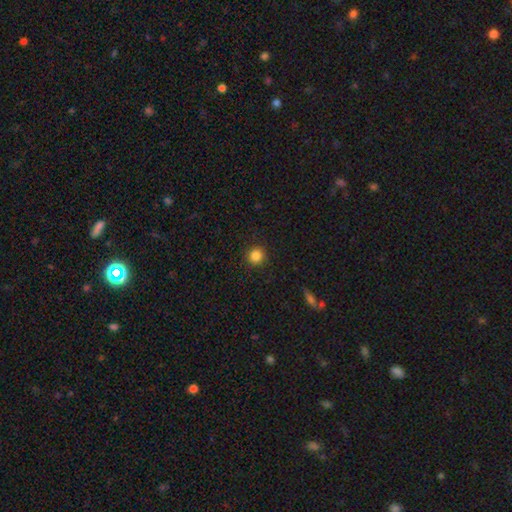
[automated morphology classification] This appears to be a smooth galaxy with no disk features (86%) that is round (94%). Merging: none (91%).